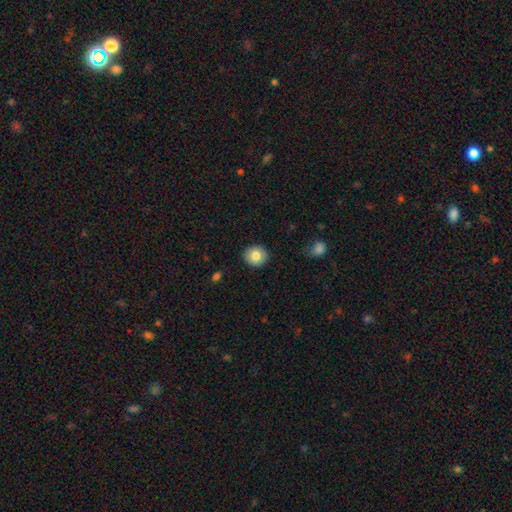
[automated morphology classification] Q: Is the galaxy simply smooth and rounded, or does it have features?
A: smooth — 80%.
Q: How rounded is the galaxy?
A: round — 88%.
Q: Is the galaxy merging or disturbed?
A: none — 91%.